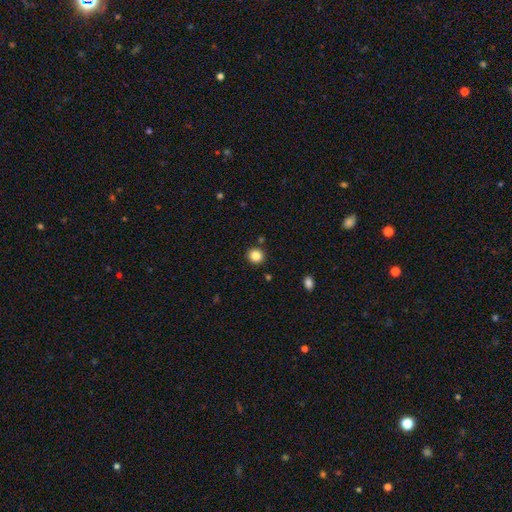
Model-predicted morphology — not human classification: Smooth or featured? Predicted: smooth (p=0.86). How rounded? Predicted: round (p=0.89). Merging? Predicted: none (p=0.89).